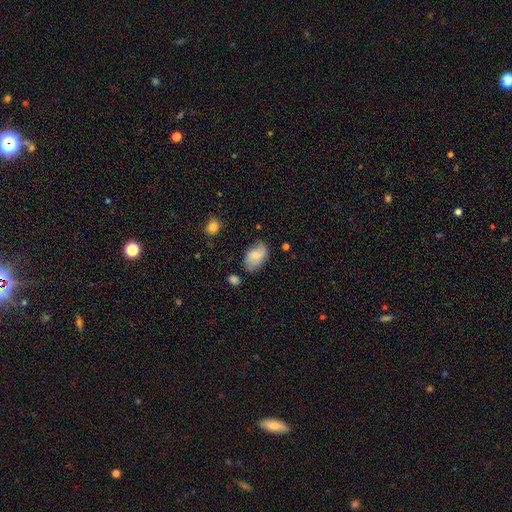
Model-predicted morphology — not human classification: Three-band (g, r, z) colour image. It shows a smooth galaxy with no disk features (71%) that is in between round and cigar-shaped (91%). Merging: none (63%).